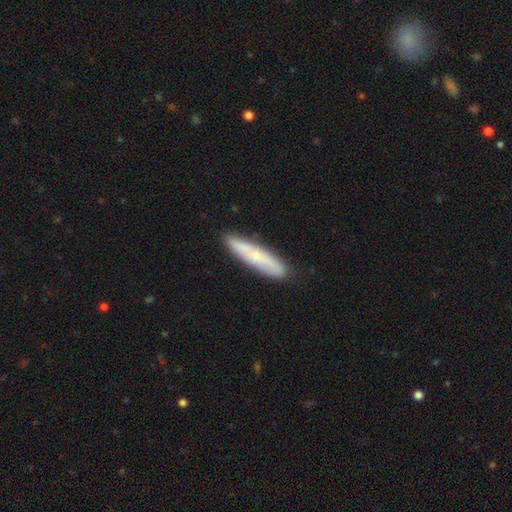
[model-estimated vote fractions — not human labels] Smooth or featured? smooth (53%)
How rounded? cigar-shaped (86%)
Merging? none (87%)